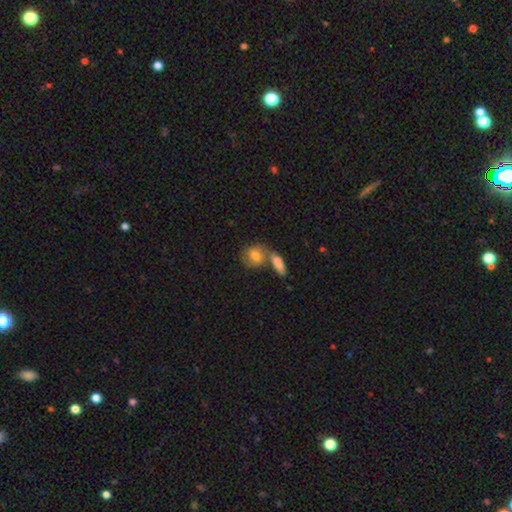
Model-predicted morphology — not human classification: This is likely a smooth galaxy (68%). How rounded: possibly round (48%, tied with in between). Merging: marginally merger (44%).